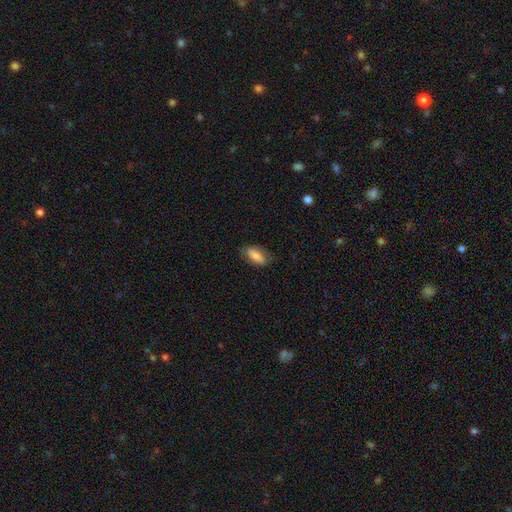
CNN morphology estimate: smooth_or_featured: smooth (p=0.76) [alt: featured or disk p=0.17]
how_rounded: in between (p=0.83) [alt: cigar-shaped p=0.14]
merging: none (p=0.73) [alt: minor disturbance p=0.20]